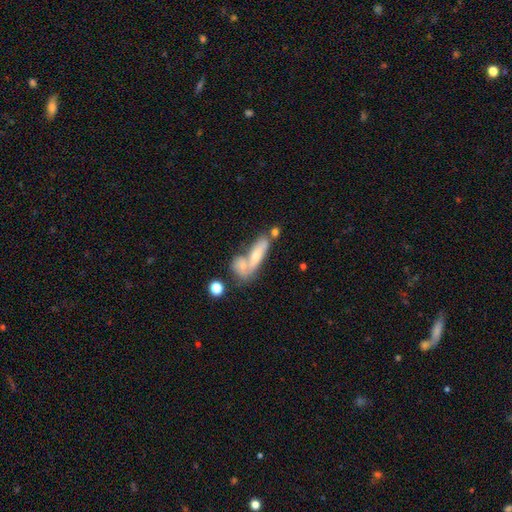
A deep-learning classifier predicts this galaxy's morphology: Smooth or featured?
  - smooth: 48% *
  - featured or disk: 42%
  - star or artifact: 10%
Merging?
  - merger: 46% *
  - none: 35%
  - minor disturbance: 12%
  - major disturbance: 7%